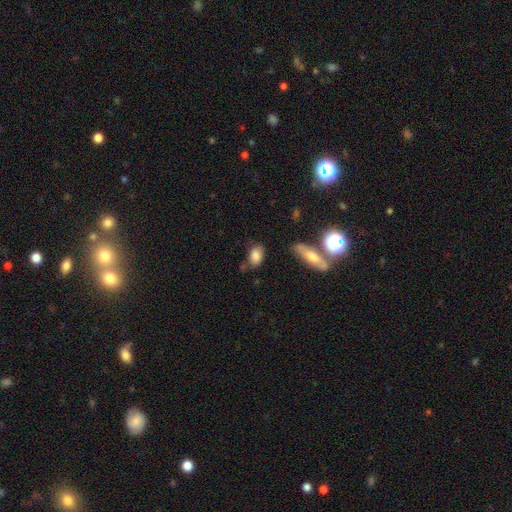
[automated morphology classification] The model was most divided on "merging": none: 67%, minor disturbance: 20%, merger: 8%, major disturbance: 5%. More confident: how rounded — in between (84%); smooth or featured — smooth (82%).